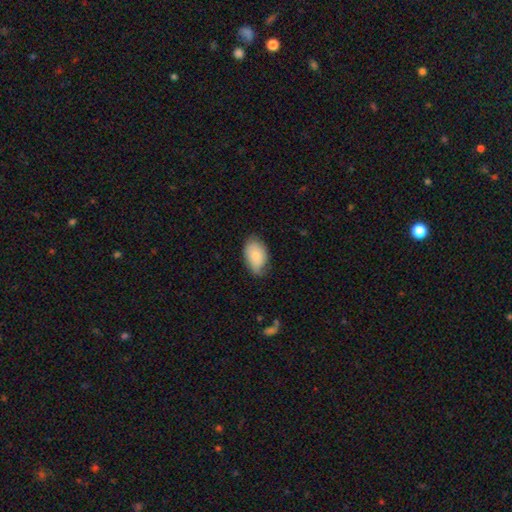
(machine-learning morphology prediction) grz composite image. It shows a smooth galaxy with no disk features (78%) that is in between round and cigar-shaped (90%). Merging: none (61%).